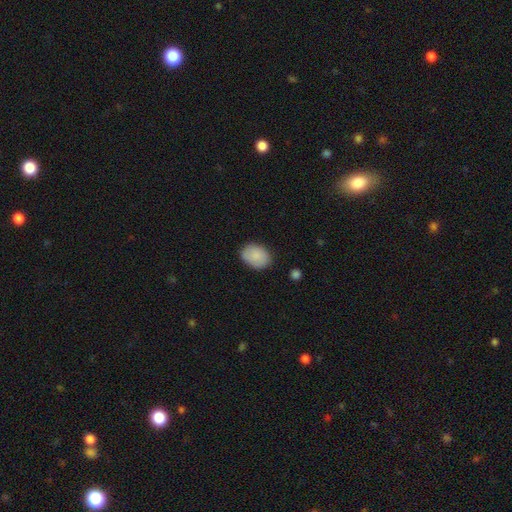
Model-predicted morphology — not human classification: Smooth or featured: smooth — 88% (star or artifact — 7%)
How rounded: in between — 76% (round — 23%)
Merging: none — 83% (minor disturbance — 13%)